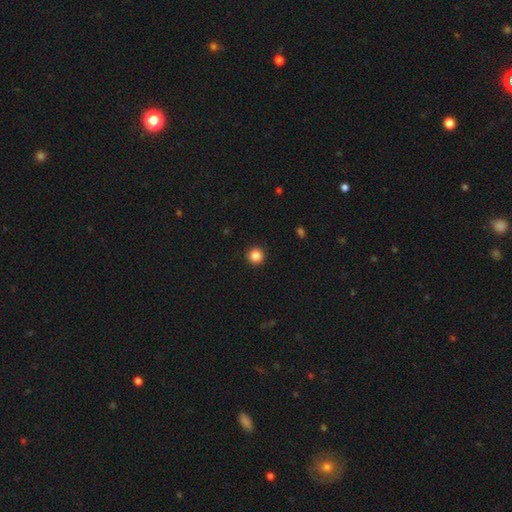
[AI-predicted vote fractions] Q: Smooth or featured?
A: smooth (86%); runner-up: star or artifact (10%)
Q: How rounded?
A: round (96%); runner-up: in between (3%)
Q: Merging?
A: none (93%); runner-up: minor disturbance (4%)